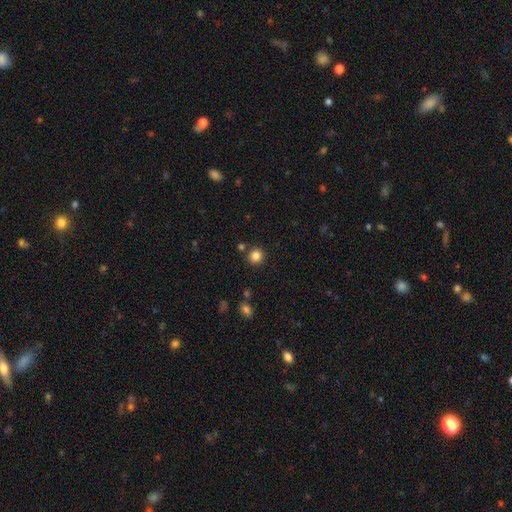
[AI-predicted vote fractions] A smooth galaxy with no disk features (84%) that is round (92%). Merging: none (85%).